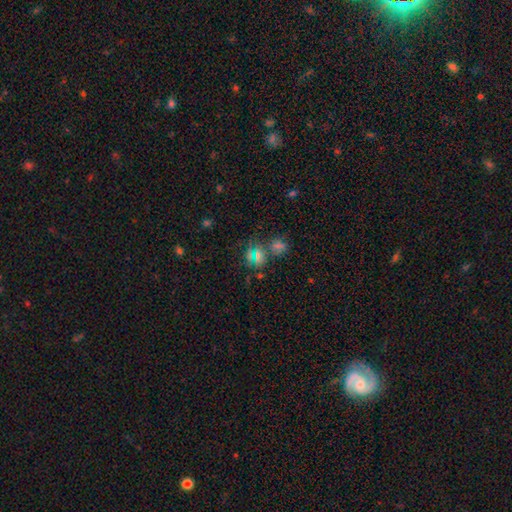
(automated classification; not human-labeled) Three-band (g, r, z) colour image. It shows a smooth galaxy with no disk features (47%). Merging: none (64%).